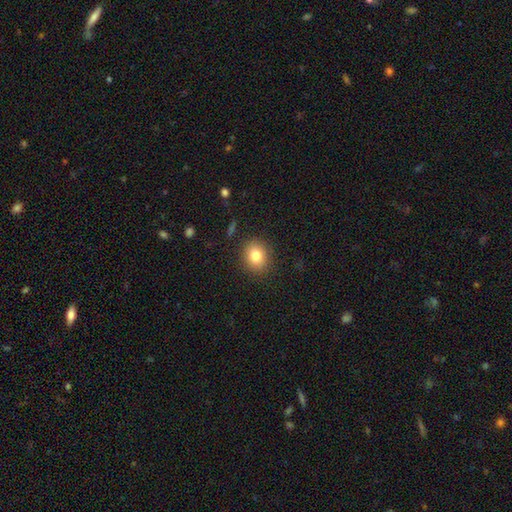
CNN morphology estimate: Smooth or featured? Predicted: smooth (p=0.82). How rounded? Predicted: round (p=0.61). Merging? Predicted: none (p=0.87).